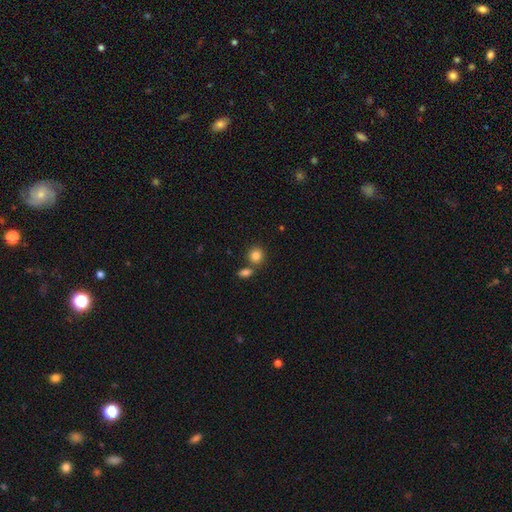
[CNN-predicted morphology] A smooth galaxy with no disk features (84%) that is round (82%). Merging: none (67%).